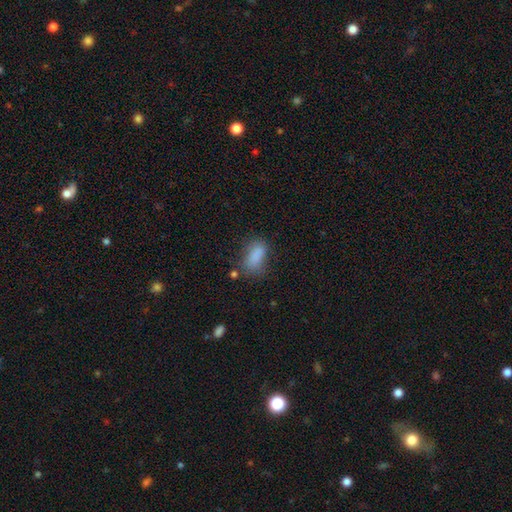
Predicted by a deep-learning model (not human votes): Q: Smooth or featured?
A: smooth (82%); runner-up: star or artifact (10%)
Q: How rounded?
A: in between (86%); runner-up: cigar-shaped (8%)
Q: Merging?
A: none (55%); runner-up: minor disturbance (26%)